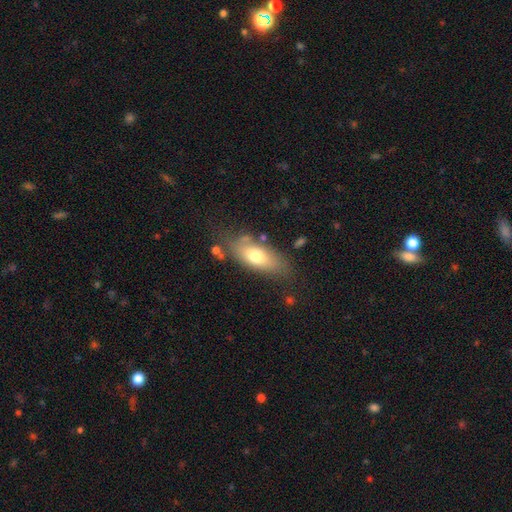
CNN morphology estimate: Smooth or featured? Predicted: smooth (p=0.68). How rounded? Predicted: in between (p=0.80). Merging? Predicted: none (p=0.67).